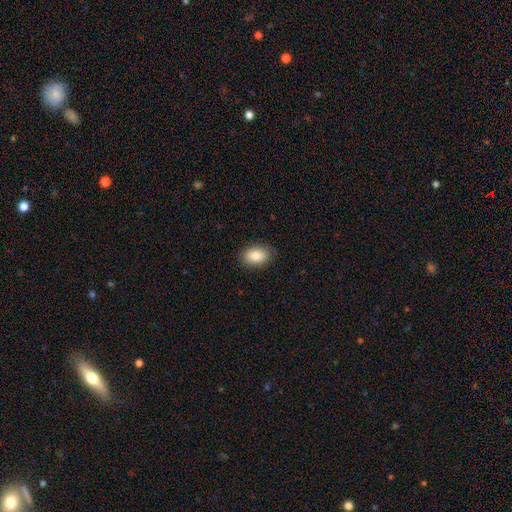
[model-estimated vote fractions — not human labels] smooth_or_featured: smooth (p=0.84) [alt: featured or disk p=0.08]
how_rounded: in between (p=0.84) [alt: round p=0.15]
merging: none (p=0.84) [alt: minor disturbance p=0.12]